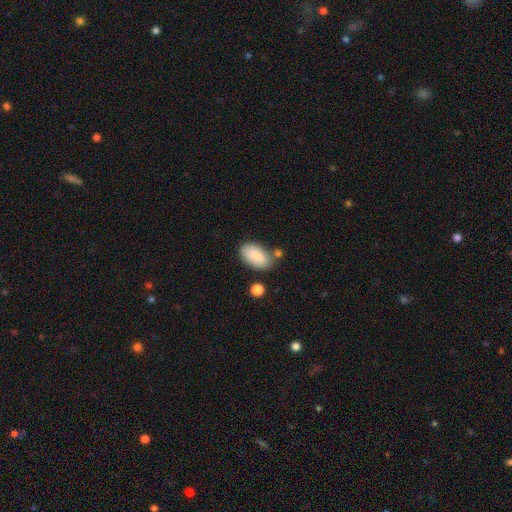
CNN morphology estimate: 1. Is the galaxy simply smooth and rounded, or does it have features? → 87% smooth, 6% featured or disk, 6% star or artifact.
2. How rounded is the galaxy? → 94% in between, 3% round, 2% cigar-shaped.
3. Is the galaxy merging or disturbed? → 68% none, 18% minor disturbance, 9% merger, 5% major disturbance.